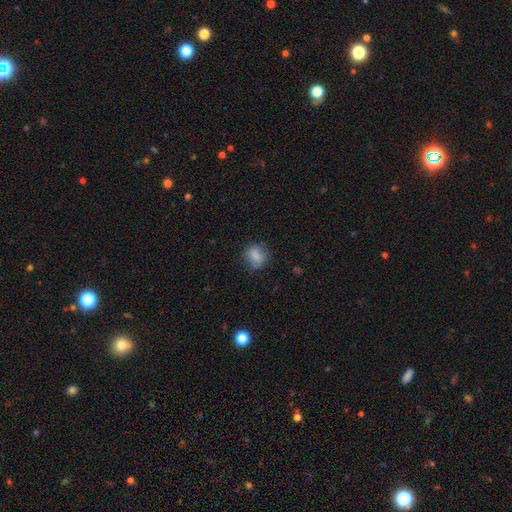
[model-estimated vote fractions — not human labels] Smooth or featured? Predicted: smooth (p=0.82). How rounded? Predicted: round (p=0.59). Merging? Predicted: none (p=0.69).